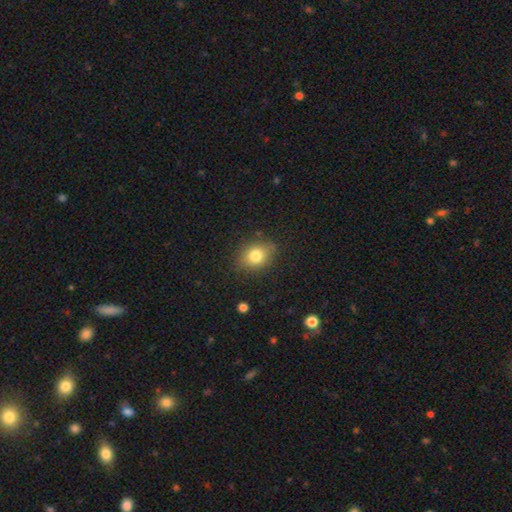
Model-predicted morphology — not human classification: This appears to be a smooth galaxy with no disk features (79%) that is in between round and cigar-shaped (55%). Merging: none (84%).